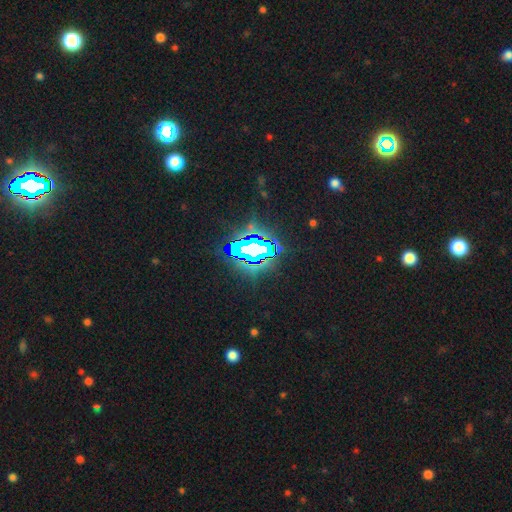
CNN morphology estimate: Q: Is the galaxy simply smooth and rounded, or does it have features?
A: star or artifact — 84%.